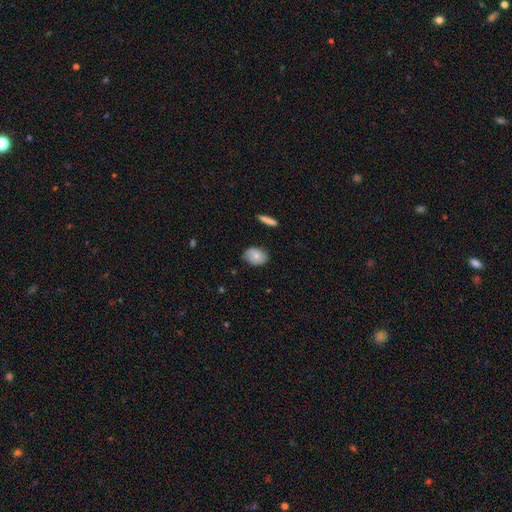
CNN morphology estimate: Q: Smooth or featured?
A: smooth (74%); runner-up: featured or disk (19%)
Q: How rounded?
A: in between (76%); runner-up: round (22%)
Q: Merging?
A: none (79%); runner-up: minor disturbance (16%)